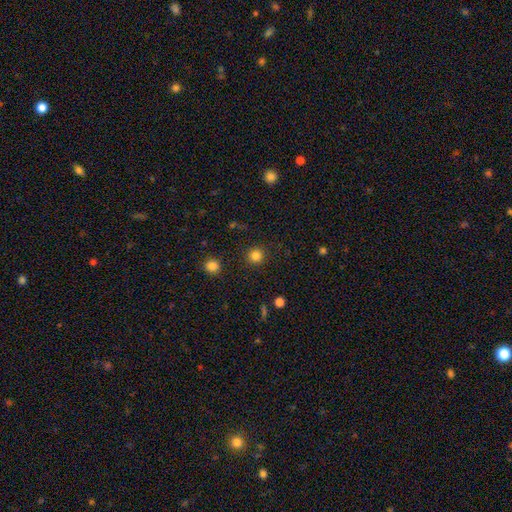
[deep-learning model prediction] Smooth or featured? Predicted: smooth (p=0.83). How rounded? Predicted: round (p=0.94). Merging? Predicted: none (p=0.90).